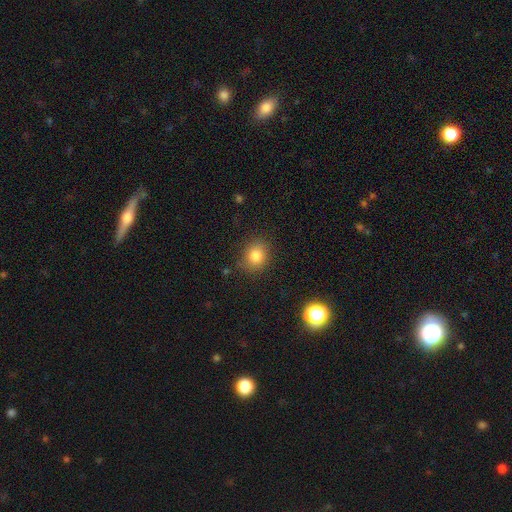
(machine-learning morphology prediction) type=smooth (81%); roundness=round (63%); merging=none (85%).